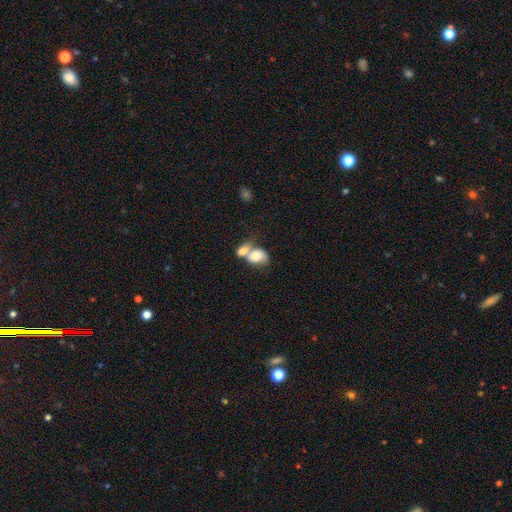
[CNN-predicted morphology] Smooth or featured? smooth (68%)
How rounded? in between (75%)
Merging? merger (70%)